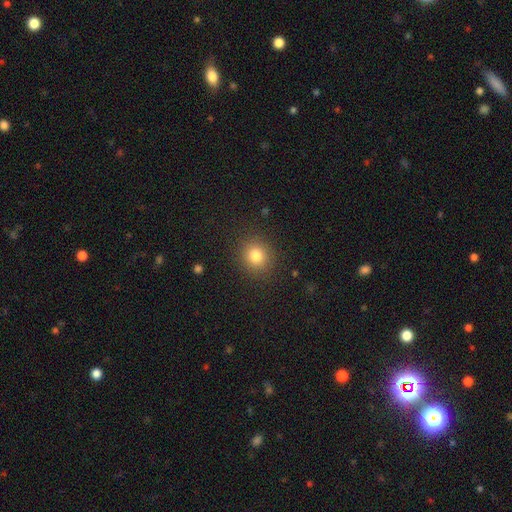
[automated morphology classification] Smooth or featured? Predicted: smooth (p=0.81). How rounded? Predicted: round (p=0.84). Merging? Predicted: none (p=0.89).